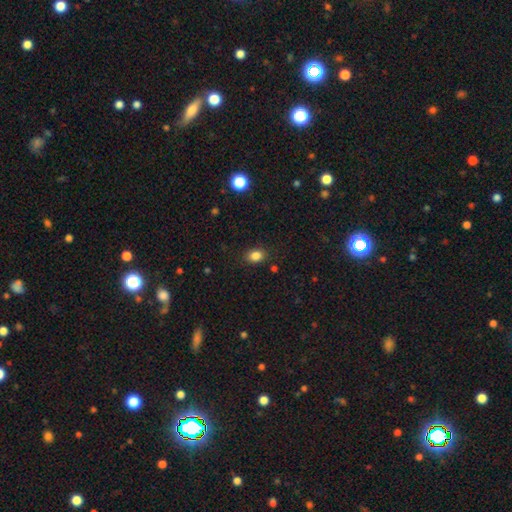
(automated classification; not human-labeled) Morphology: type=smooth (84%); roundness=in between (63%); merging=none (86%).